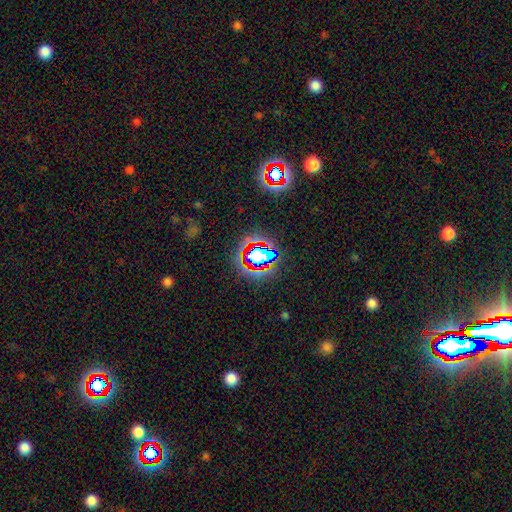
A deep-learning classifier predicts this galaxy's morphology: Smooth or featured? Predicted: star or artifact (p=0.59).